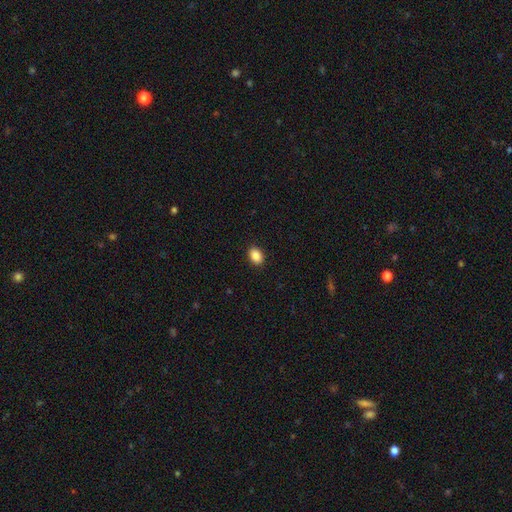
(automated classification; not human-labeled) smooth 89%, star or artifact 8%, featured or disk 3%. Down the decision tree: how rounded — in between (79%); merging — none (90%).